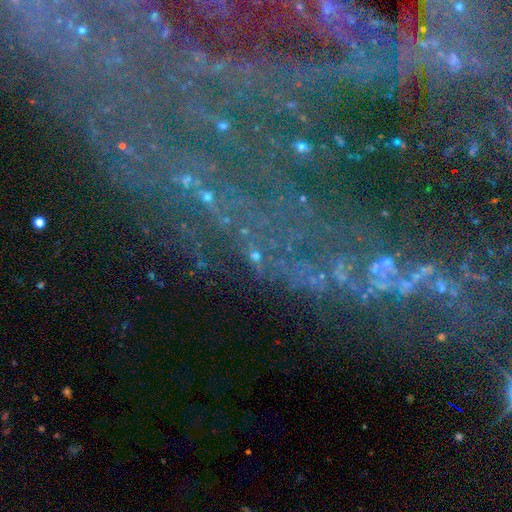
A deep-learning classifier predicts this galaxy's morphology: Smooth or featured? star or artifact (60%)